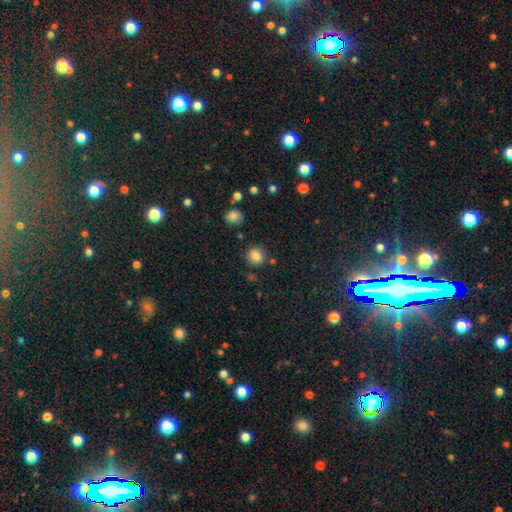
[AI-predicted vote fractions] The model was most divided on "how rounded": round: 77%, in between: 22%, cigar-shaped: 1%. More confident: smooth or featured — smooth (84%); merging — none (82%).